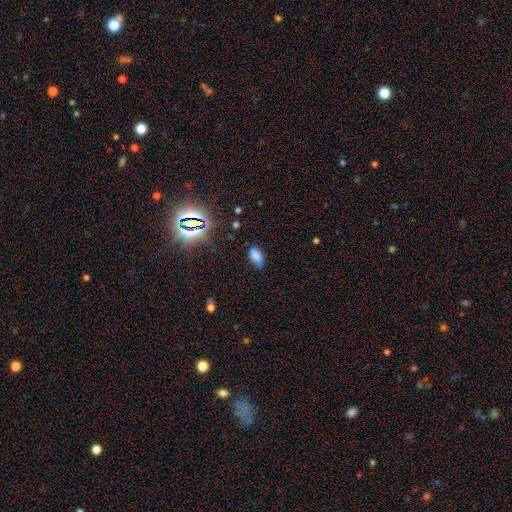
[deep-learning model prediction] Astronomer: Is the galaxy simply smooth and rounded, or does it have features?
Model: smooth — 71%.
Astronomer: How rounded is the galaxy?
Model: in between — 91%.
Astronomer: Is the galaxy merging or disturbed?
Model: none — 68%.